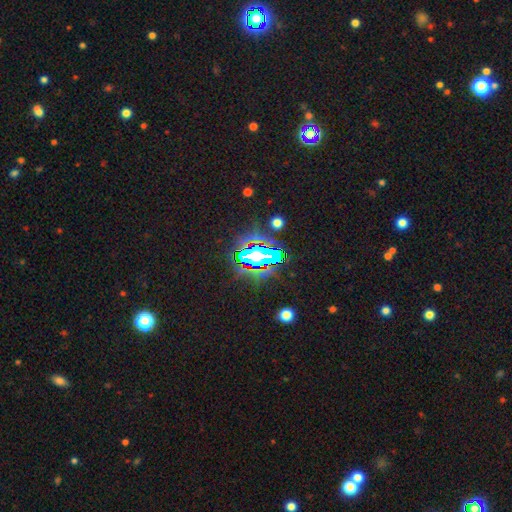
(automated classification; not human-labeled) A star or artifact, not a galaxy (66%).

Vote fractions:
- Smooth or featured? star or artifact: 66% / smooth: 18% / featured or disk: 16%